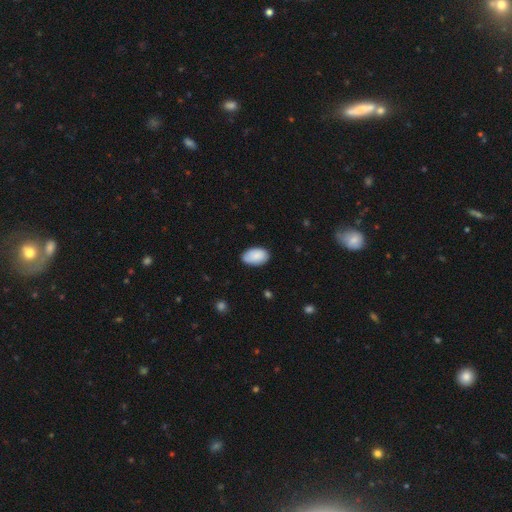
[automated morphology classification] Q: Smooth or featured?
A: smooth (86%); runner-up: featured or disk (8%)
Q: How rounded?
A: in between (94%); runner-up: round (5%)
Q: Merging?
A: none (77%); runner-up: minor disturbance (19%)